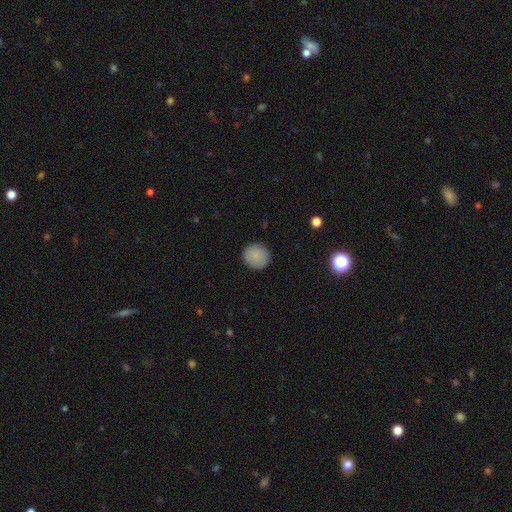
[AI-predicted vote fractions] Smooth or featured? smooth (87%)
How rounded? round (92%)
Merging? none (90%)